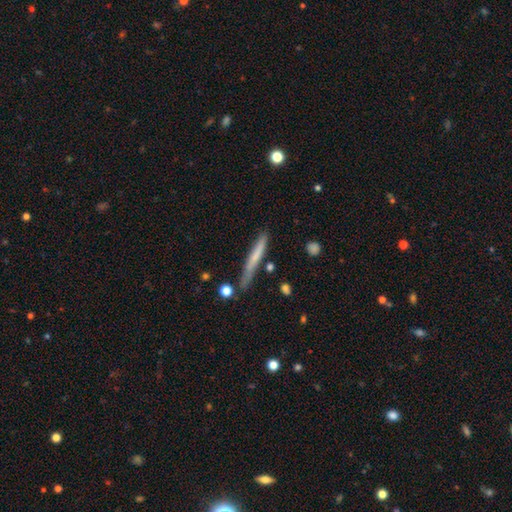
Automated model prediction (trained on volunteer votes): This appears to be a smooth galaxy with no disk features (62%) that is cigar-shaped (96%). Merging: none (72%).